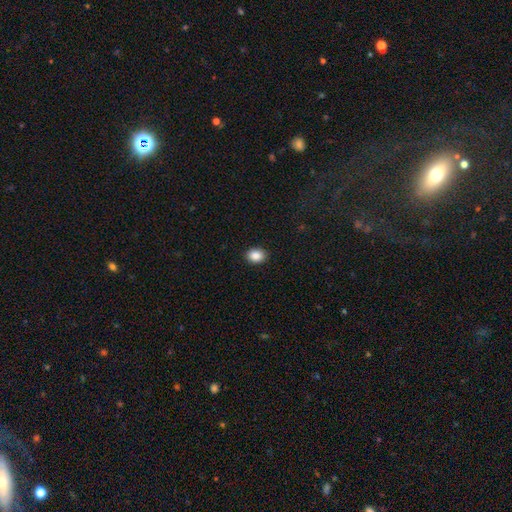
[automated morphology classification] This is clearly a smooth galaxy (88%). How rounded: possibly in between (59%). Merging: clearly none (91%).